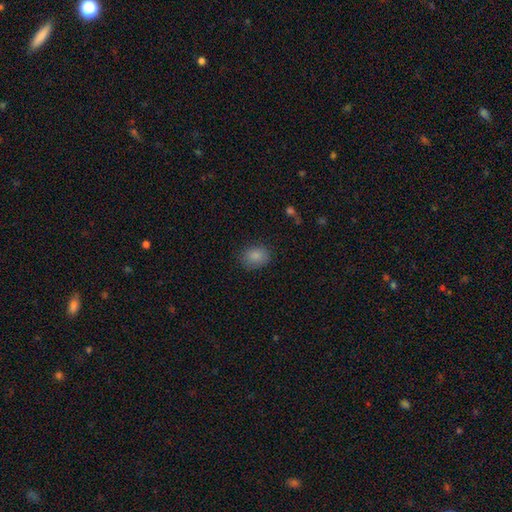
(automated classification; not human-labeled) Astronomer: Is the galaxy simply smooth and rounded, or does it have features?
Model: smooth — 85%.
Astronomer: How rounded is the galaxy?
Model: in between — 62% (runner-up: round, 37%).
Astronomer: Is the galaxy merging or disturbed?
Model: none — 81%.